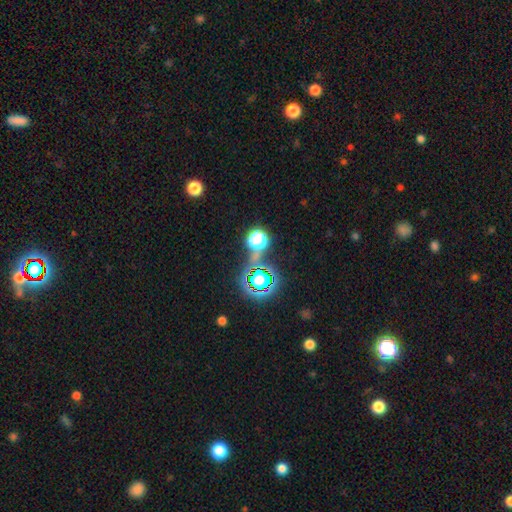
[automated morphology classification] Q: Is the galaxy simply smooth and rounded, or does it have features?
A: star or artifact — 70%.